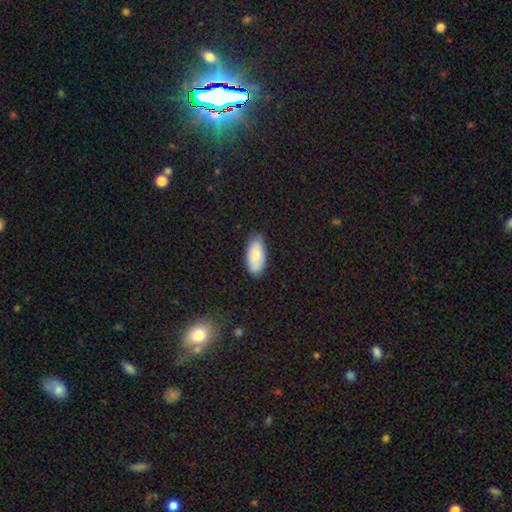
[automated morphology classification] The model was most divided on "smooth or featured": smooth: 79%, featured or disk: 15%, star or artifact: 6%. More confident: how rounded — in between (92%); merging — none (81%).